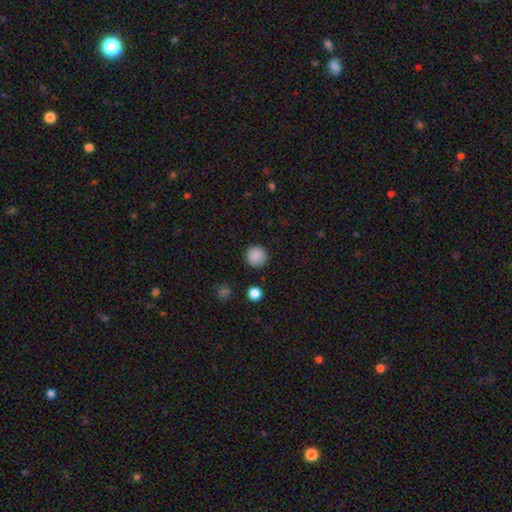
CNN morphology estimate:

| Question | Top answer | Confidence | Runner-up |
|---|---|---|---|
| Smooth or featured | smooth | 88% | star or artifact (9%) |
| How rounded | round | 96% | in between (3%) |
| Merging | none | 91% | minor disturbance (6%) |